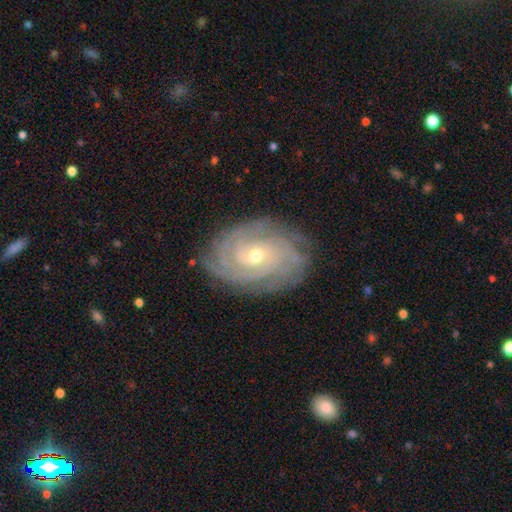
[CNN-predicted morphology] A featured or disk galaxy (87%) with no bar (59%), tight (82%) spiral arms (98%) and a small central bulge (53%).

Vote fractions:
- Smooth or featured? featured or disk: 87% / star or artifact: 7% / smooth: 6%
- Edge-on disk? no: 96% / yes: 4%
- Bar? no: 59% / weak: 31% / strong: 10%
- Spiral arms? yes: 98% / no: 2%
- Spiral winding? tight: 82% / medium: 15% / loose: 3%
- Spiral arm count? can't tell: 26% / 4: 22% / 3: 17% / more than 4: 15% / 2: 12% / 1: 8%
- Bulge size? small: 53% / moderate: 44% / large: 2% / none: 1% / dominant: 1%
- Merging? none: 84% / minor disturbance: 12% / major disturbance: 3% / merger: 1%